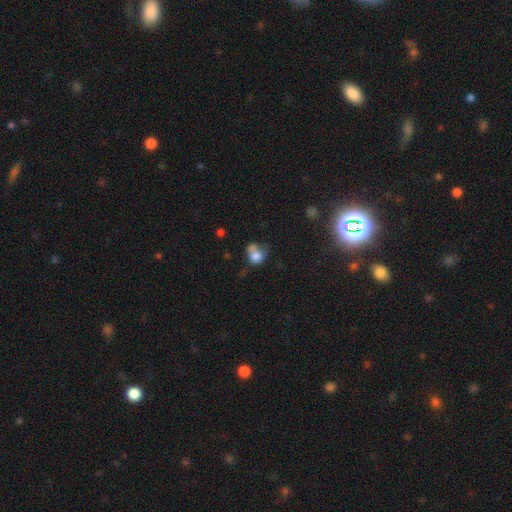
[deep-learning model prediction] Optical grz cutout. It shows a smooth galaxy with no disk features (72%) that is round (61%). Merging: merger (42%).